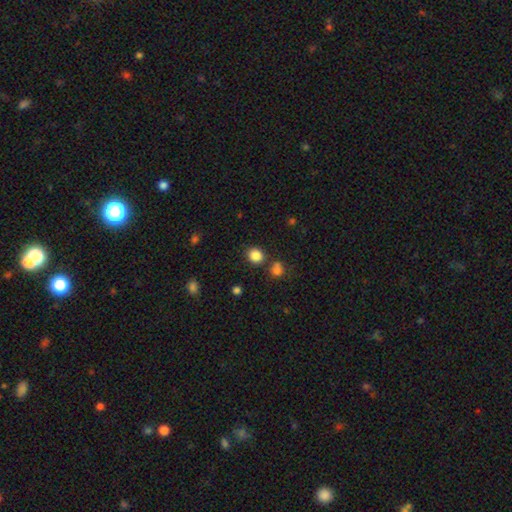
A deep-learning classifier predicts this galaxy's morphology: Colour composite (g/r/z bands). It shows a smooth galaxy with no disk features (85%) that is round (79%). Merging: none (81%).